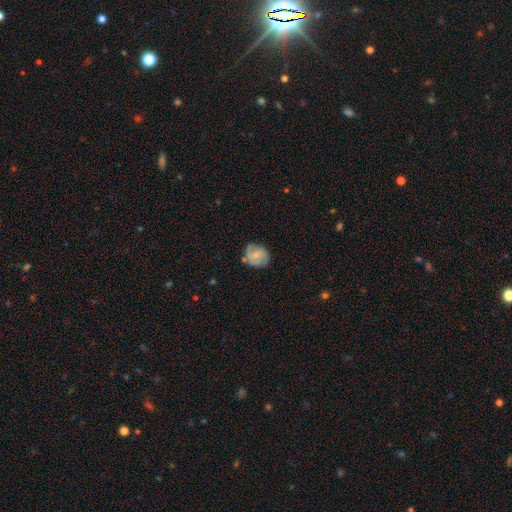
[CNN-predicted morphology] smooth_or_featured: featured or disk (p=0.47) [alt: smooth p=0.45]
merging: none (p=0.66) [alt: minor disturbance p=0.24]